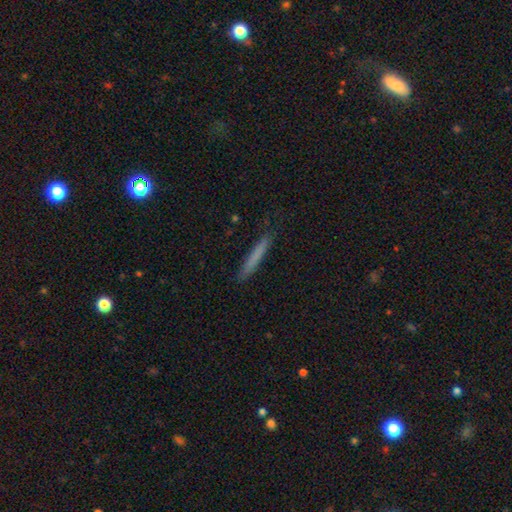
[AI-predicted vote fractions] Morphology: type=smooth (72%); roundness=cigar-shaped (96%); merging=none (88%).